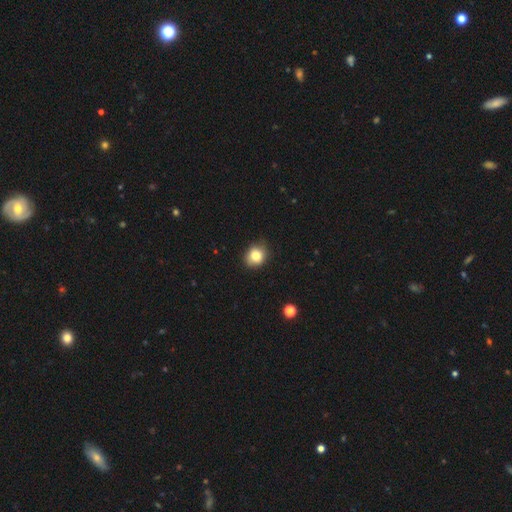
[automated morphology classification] A smooth galaxy with no disk features (83%) that is round (69%).

Vote fractions:
- Smooth or featured? smooth: 83% / star or artifact: 10% / featured or disk: 7%
- How rounded? round: 69% / in between: 30% / cigar-shaped: 1%
- Merging? none: 79% / minor disturbance: 17% / major disturbance: 3% / merger: 1%